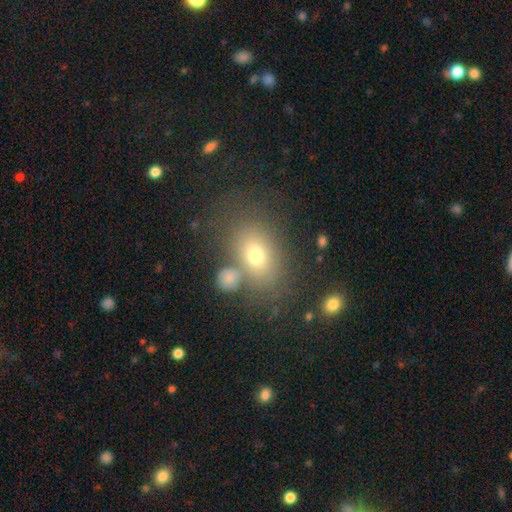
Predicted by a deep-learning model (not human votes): The model was most divided on "merging": none: 64%, merger: 14%, minor disturbance: 14%, major disturbance: 8%. More confident: how rounded — in between (76%); smooth or featured — smooth (69%).